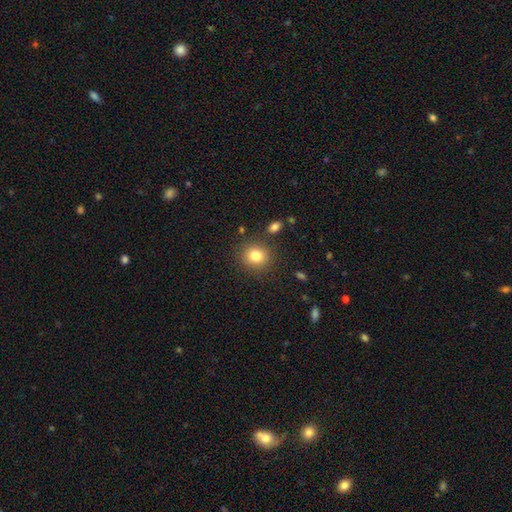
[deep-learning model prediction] Overall: smooth (81%). How rounded: round (83%). Merging: none (86%).